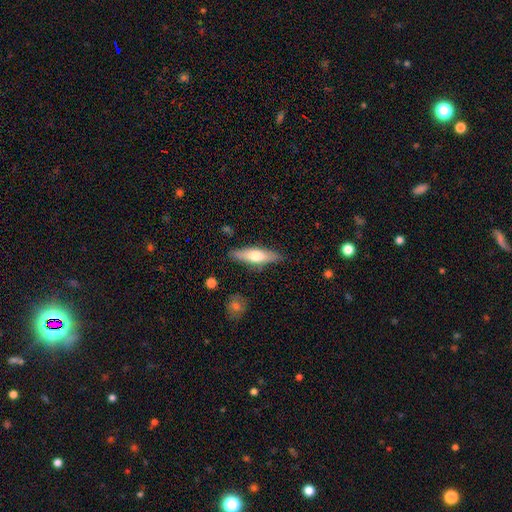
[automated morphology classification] smooth-or-featured: smooth: 56% | featured or disk: 39% | star or artifact: 6%
  how-rounded: cigar-shaped: 61% | in between: 37% | round: 2%
  merging: none: 85% | minor disturbance: 11% | major disturbance: 2% | merger: 2%